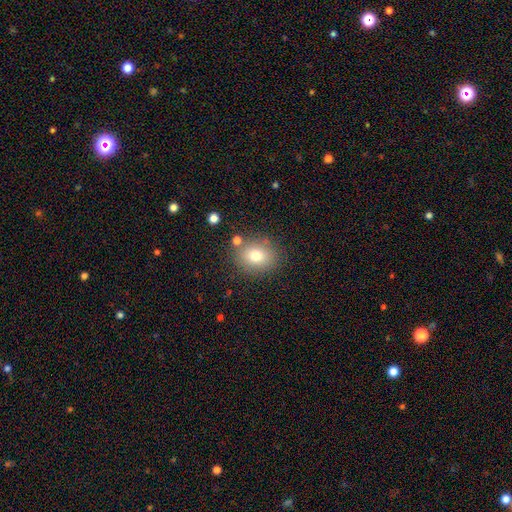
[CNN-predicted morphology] type=smooth (75%); roundness=round (55%); merging=none (78%).